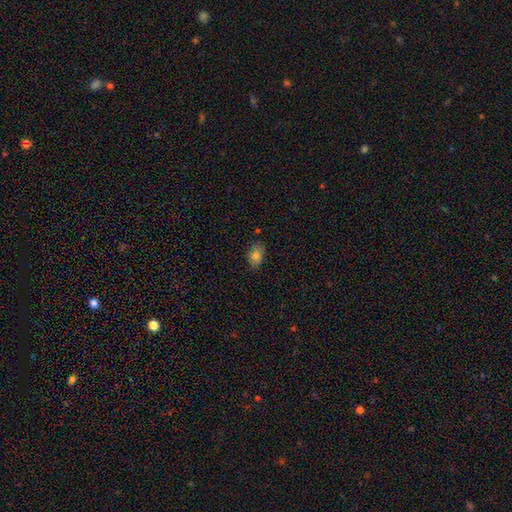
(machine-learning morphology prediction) This is likely a smooth galaxy (80%). How rounded: likely in between (78%). Merging: likely none (78%).